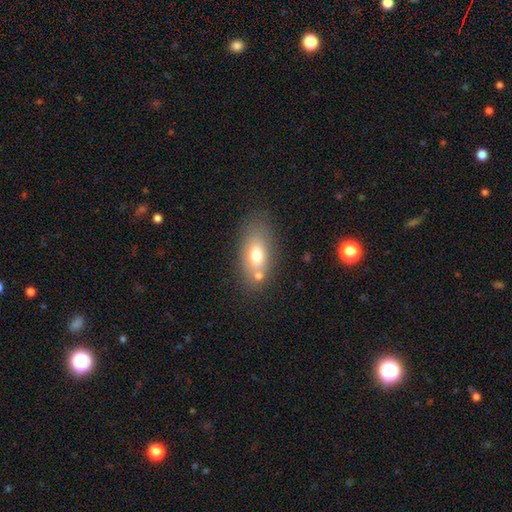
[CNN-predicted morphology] smooth 70%, featured or disk 21%, star or artifact 9%. Down the decision tree: how rounded — in between (85%); merging — none (63%).